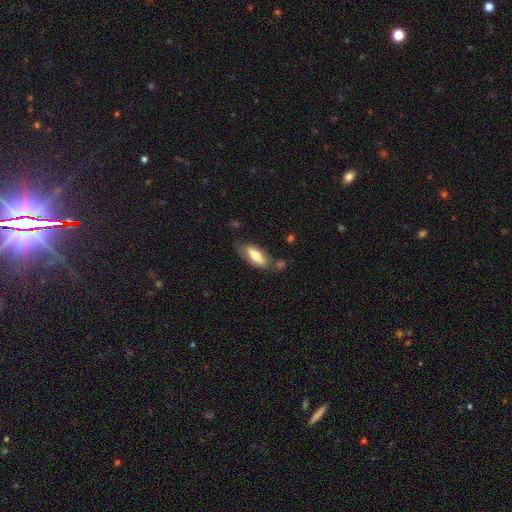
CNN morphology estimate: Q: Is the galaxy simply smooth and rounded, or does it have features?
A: smooth — 63%.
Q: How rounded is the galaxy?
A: in between — 76%.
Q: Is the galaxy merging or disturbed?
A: none — 65%.